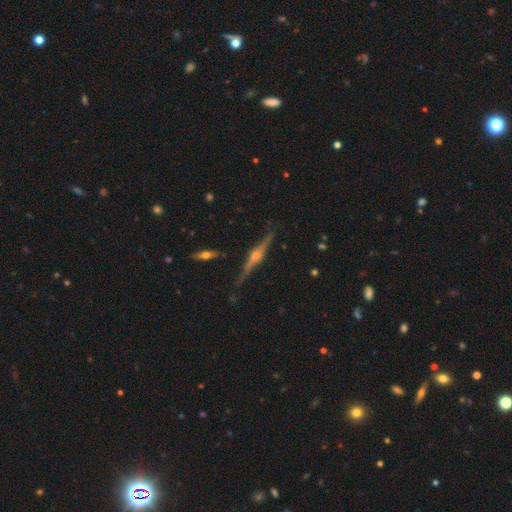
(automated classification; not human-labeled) Q: Smooth or featured?
A: featured or disk (85%); runner-up: smooth (9%)
Q: Edge-on disk?
A: yes (97%); runner-up: no (3%)
Q: Edge-on bulge?
A: rounded (88%); runner-up: boxy (8%)
Q: Merging?
A: none (81%); runner-up: minor disturbance (14%)